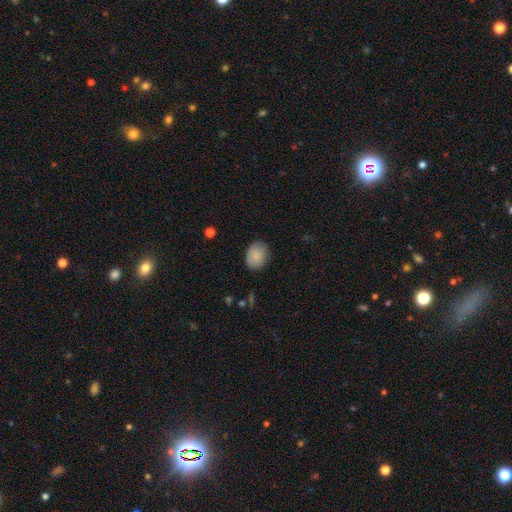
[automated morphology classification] A smooth galaxy with no disk features (85%) that is in between round and cigar-shaped (61%). Merging: none (80%).